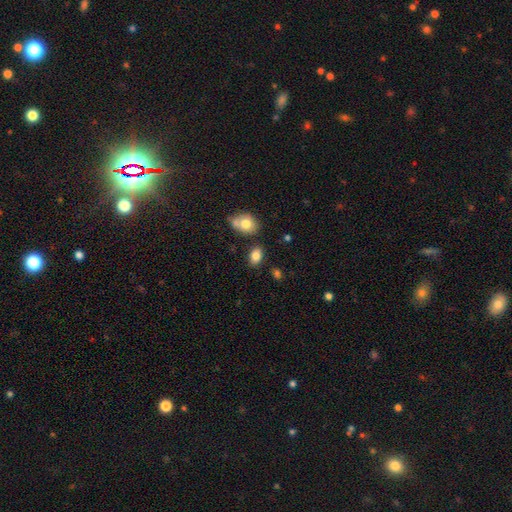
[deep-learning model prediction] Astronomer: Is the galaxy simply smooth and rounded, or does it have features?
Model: smooth — 82%.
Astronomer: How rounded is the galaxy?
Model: in between — 84%.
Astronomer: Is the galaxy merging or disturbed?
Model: none — 76%.